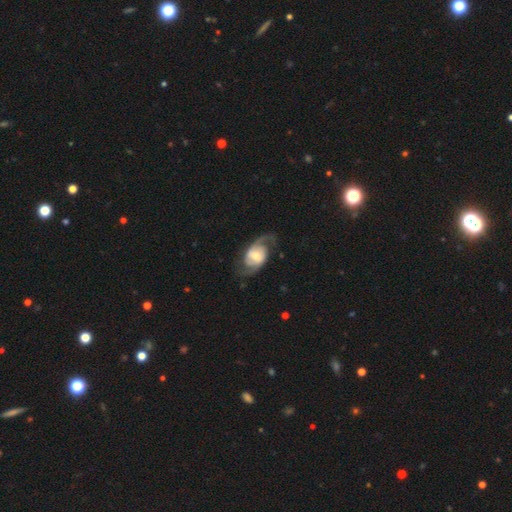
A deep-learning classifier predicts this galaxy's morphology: Smooth or featured? featured or disk (82%)
Edge-on disk? no (96%)
Bar? no (48%)
Spiral arms? yes (94%)
Spiral winding? medium (46%)
Spiral arm count? 2 (89%)
Bulge size? moderate (53%)
Merging? none (70%)